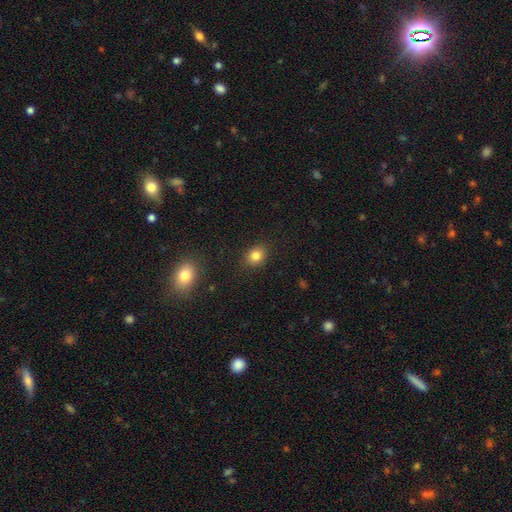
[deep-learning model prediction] This appears to be a smooth galaxy with no disk features (83%) that is in between round and cigar-shaped (51%). Merging: none (87%).